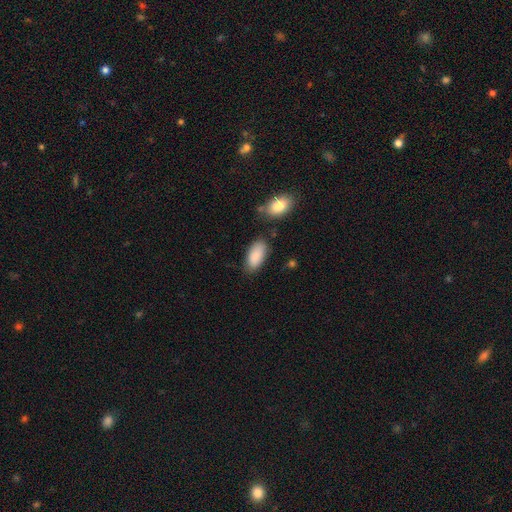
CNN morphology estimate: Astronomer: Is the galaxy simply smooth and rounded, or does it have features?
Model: smooth — 89%.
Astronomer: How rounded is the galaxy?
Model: in between — 92%.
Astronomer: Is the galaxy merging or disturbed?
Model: none — 72%.